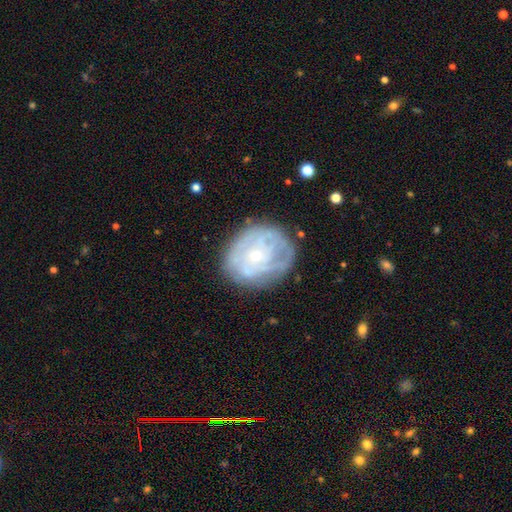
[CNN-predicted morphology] A featured or disk galaxy (70%) with no bar (80%), spiral arms (65%) and a small central bulge (76%). Merging: none (70%).